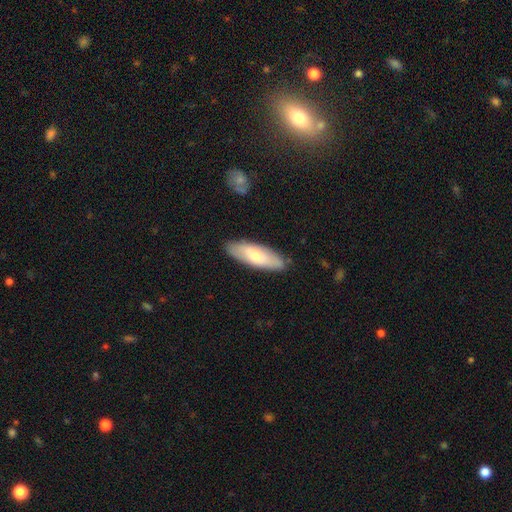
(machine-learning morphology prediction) Smooth or featured?
  - smooth: 63% *
  - featured or disk: 31%
  - star or artifact: 5%
How rounded?
  - in between: 63% *
  - cigar-shaped: 35%
  - round: 2%
Merging?
  - none: 86% *
  - minor disturbance: 11%
  - major disturbance: 2%
  - merger: 1%